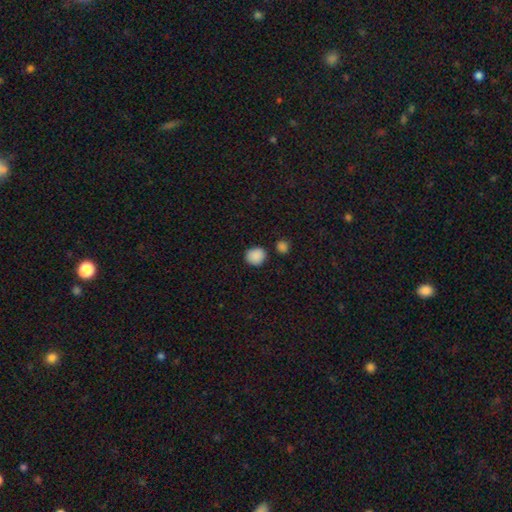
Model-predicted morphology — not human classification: Smooth or featured?
  - smooth: 88% *
  - star or artifact: 9%
  - featured or disk: 3%
How rounded?
  - round: 77% *
  - in between: 22%
  - cigar-shaped: 1%
Merging?
  - none: 82% *
  - minor disturbance: 10%
  - merger: 5%
  - major disturbance: 3%